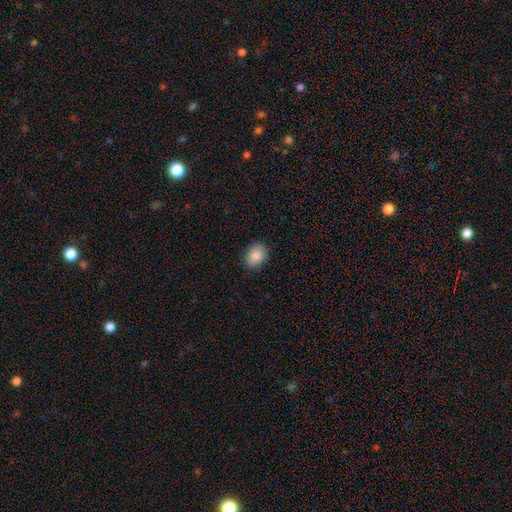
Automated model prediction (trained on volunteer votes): smooth_or_featured: smooth (p=0.88) [alt: star or artifact p=0.08]
how_rounded: in between (p=0.60) [alt: round p=0.39]
merging: none (p=0.86) [alt: minor disturbance p=0.11]